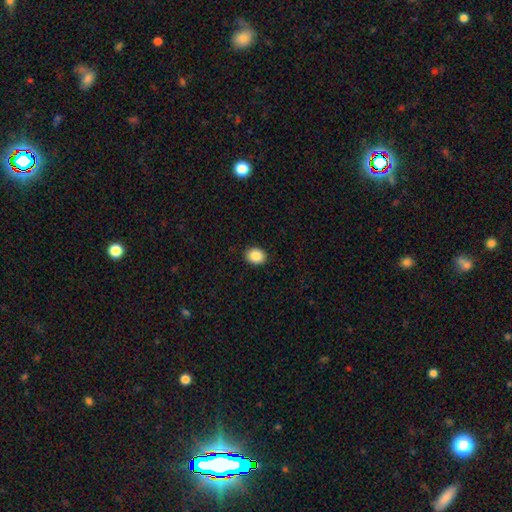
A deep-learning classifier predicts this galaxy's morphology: Smooth or featured? smooth (86%)
How rounded? round (53%)
Merging? none (91%)